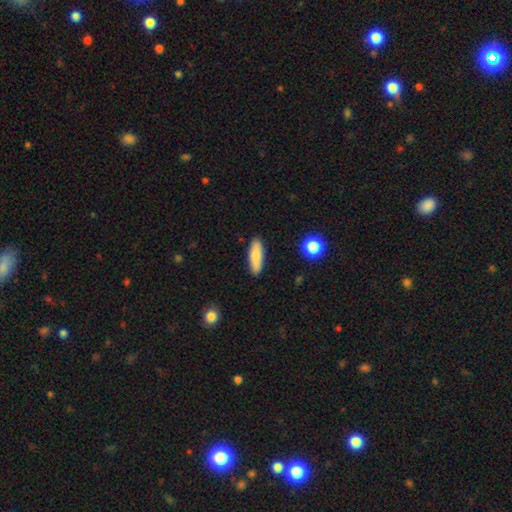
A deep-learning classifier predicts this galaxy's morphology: smooth_or_featured: smooth (p=0.81) [alt: featured or disk p=0.13]
how_rounded: cigar-shaped (p=0.50) [alt: in between p=0.48]
merging: none (p=0.88) [alt: minor disturbance p=0.09]